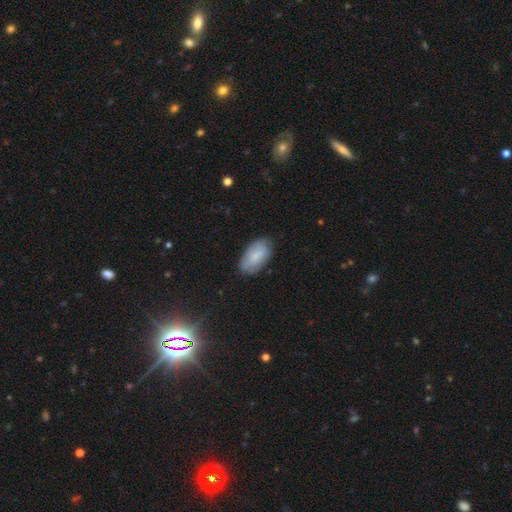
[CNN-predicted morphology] smooth 75%, featured or disk 18%, star or artifact 7%. Down the decision tree: how rounded — in between (94%); merging — none (73%).